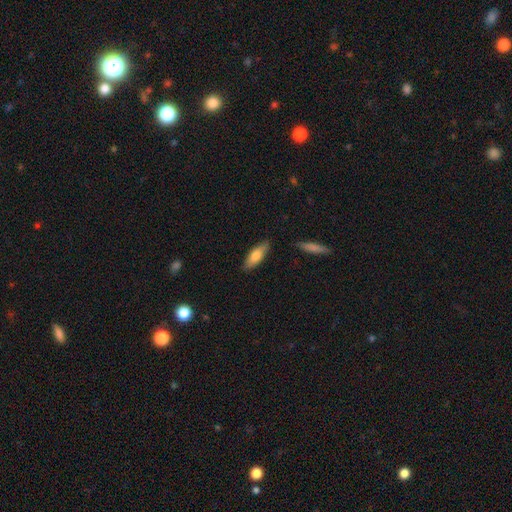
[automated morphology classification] The model was most divided on "how rounded": in between: 55%, cigar-shaped: 43%, round: 2%. More confident: merging — none (86%); smooth or featured — smooth (71%).